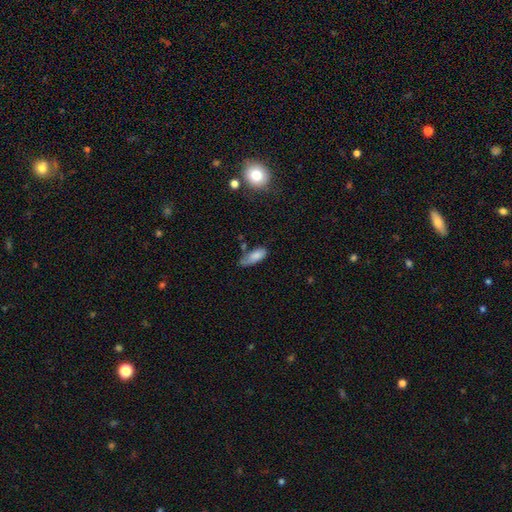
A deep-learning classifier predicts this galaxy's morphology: smooth 80%, featured or disk 12%, star or artifact 9%. Down the decision tree: how rounded — in between (77%); merging — none (44%).